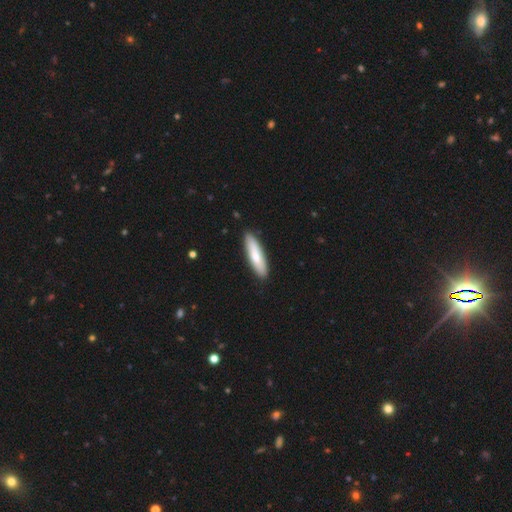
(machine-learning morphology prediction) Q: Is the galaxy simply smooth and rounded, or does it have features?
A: smooth — 73%.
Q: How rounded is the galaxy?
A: cigar-shaped — 70%.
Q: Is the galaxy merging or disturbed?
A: none — 89%.